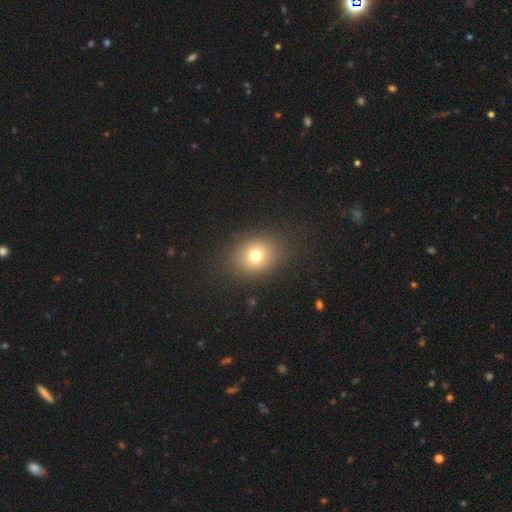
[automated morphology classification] This is likely a smooth galaxy (74%). How rounded: possibly round (53%). Merging: clearly none (86%).